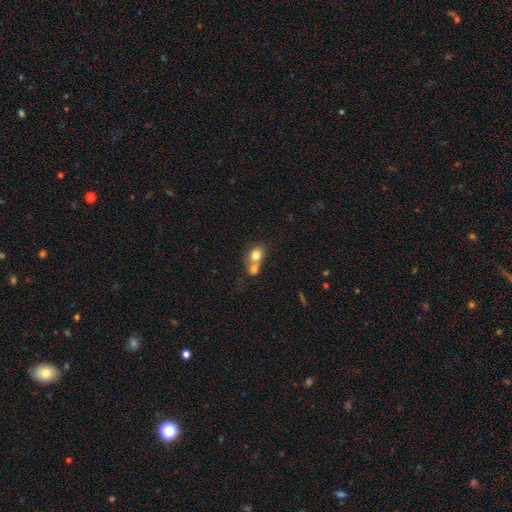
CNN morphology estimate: Smooth or featured? smooth (76%)
How rounded? round (50%)
Merging? merger (65%)